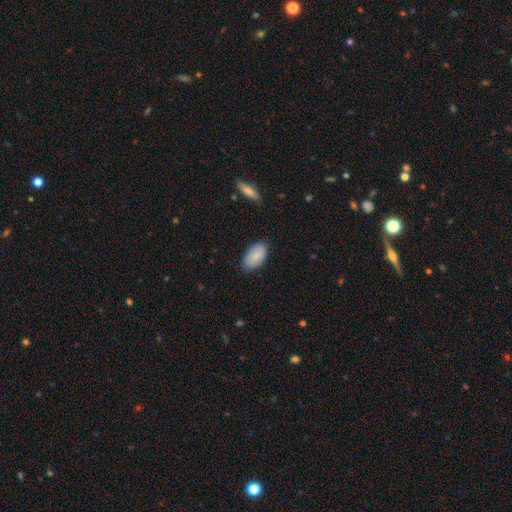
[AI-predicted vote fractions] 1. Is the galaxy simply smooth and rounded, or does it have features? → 83% smooth, 11% featured or disk, 6% star or artifact.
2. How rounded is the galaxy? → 94% in between, 4% round, 2% cigar-shaped.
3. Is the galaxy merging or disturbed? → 81% none, 15% minor disturbance, 3% major disturbance, 1% merger.